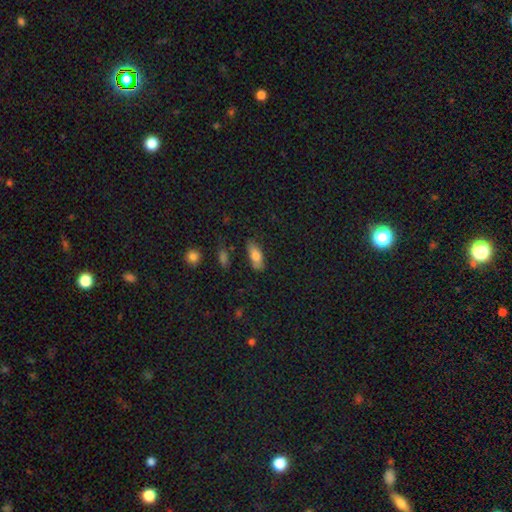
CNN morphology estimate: Smooth or featured: smooth — 76% (featured or disk — 16%)
How rounded: in between — 78% (cigar-shaped — 20%)
Merging: none — 77% (minor disturbance — 16%)